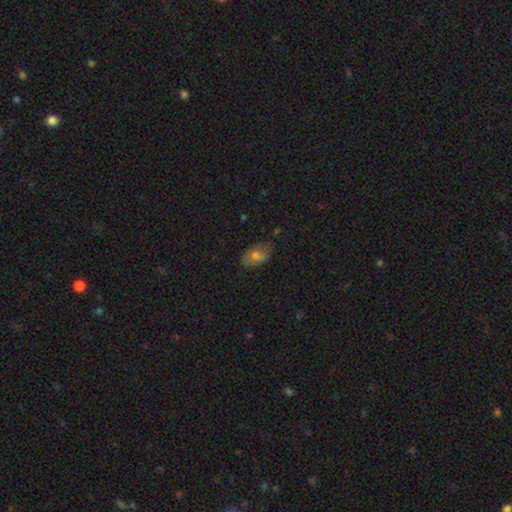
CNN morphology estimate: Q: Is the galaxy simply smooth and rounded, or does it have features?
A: smooth — 70%.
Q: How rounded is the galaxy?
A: in between — 90%.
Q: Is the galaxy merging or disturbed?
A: none — 70%.